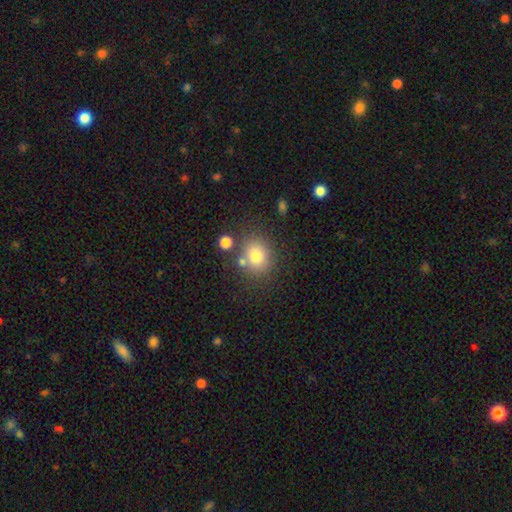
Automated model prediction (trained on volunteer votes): This appears to be a smooth galaxy with no disk features (77%) that is round (71%). Merging: none (71%).